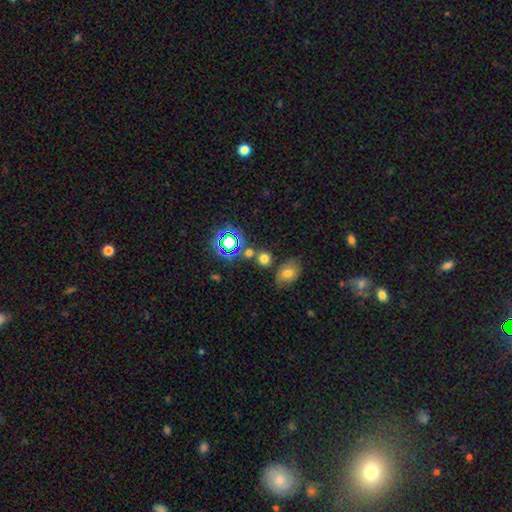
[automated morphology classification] This is likely a star or artifact rather than a galaxy (63%).